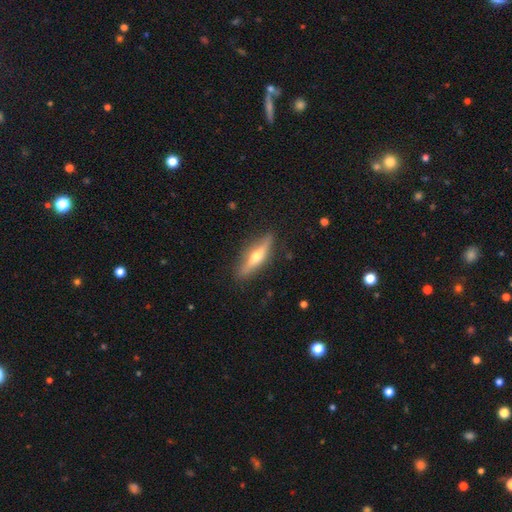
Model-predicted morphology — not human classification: The model was most divided on "smooth or featured": featured or disk: 60%, smooth: 34%, star or artifact: 6%. More confident: edge-on disk — yes (93%); edge-on bulge — rounded (93%); merging — none (87%).